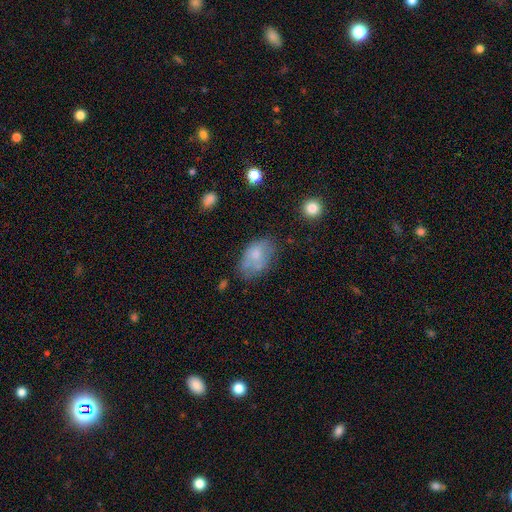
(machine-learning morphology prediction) The model was most divided on "merging": none: 46%, minor disturbance: 31%, major disturbance: 15%, merger: 8%. More confident: how rounded — in between (89%); smooth or featured — smooth (63%).